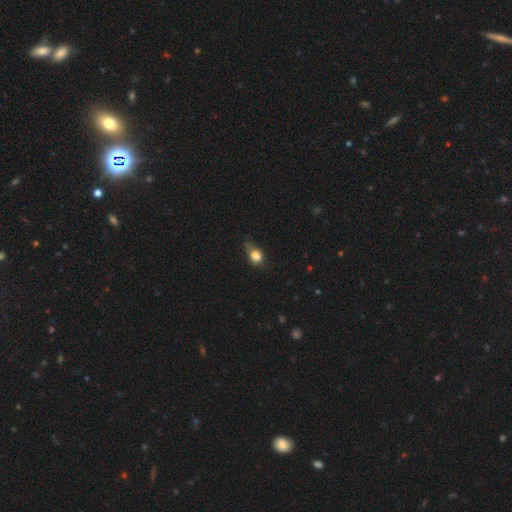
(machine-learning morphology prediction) A smooth galaxy with no disk features (78%) that is in between round and cigar-shaped (52%). Merging: minor disturbance (42%).